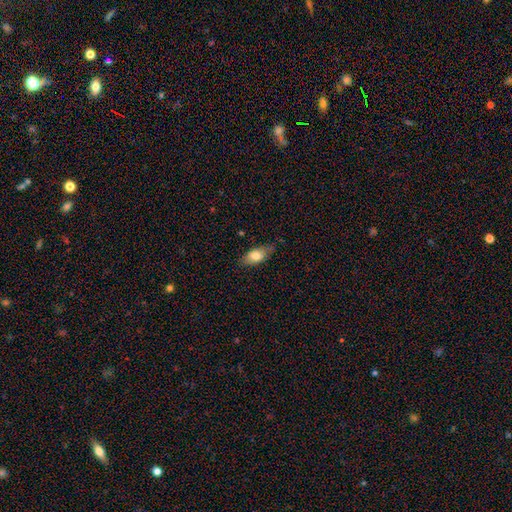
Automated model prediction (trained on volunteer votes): Smooth or featured: smooth — 76% (featured or disk — 17%)
How rounded: in between — 84% (cigar-shaped — 12%)
Merging: none — 75% (minor disturbance — 20%)